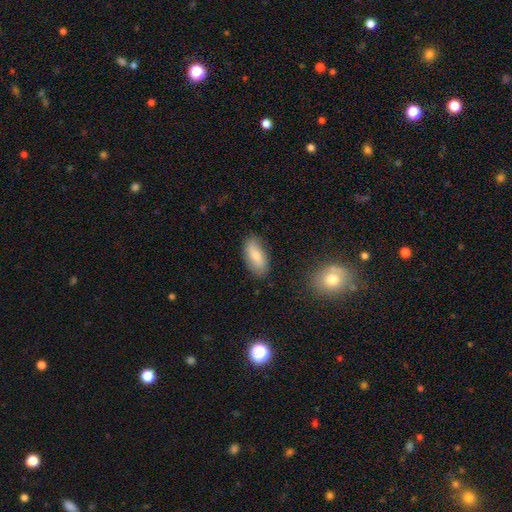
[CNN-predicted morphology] Smooth or featured? Predicted: smooth (p=0.78). How rounded? Predicted: in between (p=0.86). Merging? Predicted: none (p=0.79).